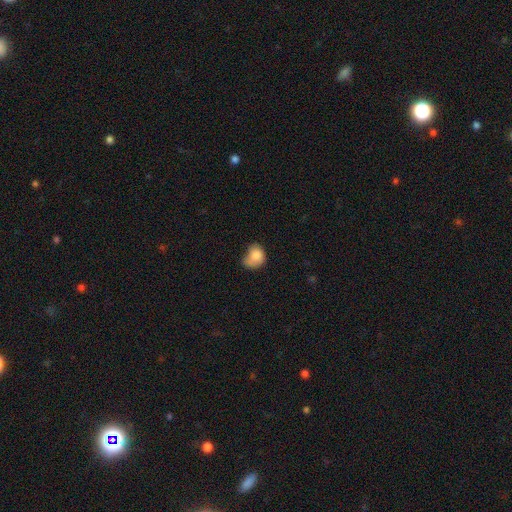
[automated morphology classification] This appears to be a smooth galaxy with no disk features (80%) that is in between round and cigar-shaped (51%). Merging: minor disturbance (37%).